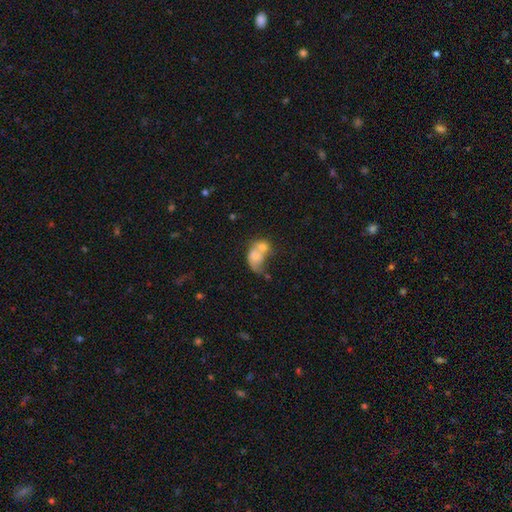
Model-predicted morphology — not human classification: Smooth or featured: smooth — 58% (featured or disk — 33%)
How rounded: in between — 67% (round — 31%)
Merging: merger — 67% (none — 13%)